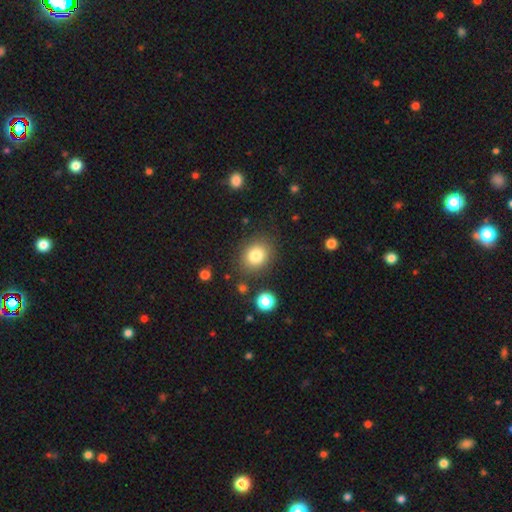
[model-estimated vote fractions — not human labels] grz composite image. It shows a smooth galaxy with no disk features (82%) that is round (65%). Merging: none (83%).